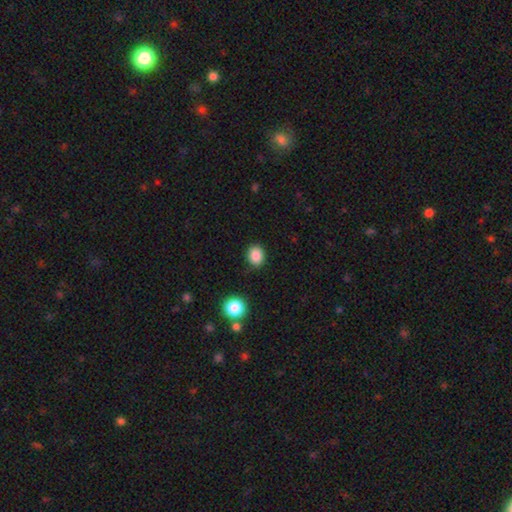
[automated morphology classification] The model was most divided on "how rounded": round: 58%, in between: 42%, cigar-shaped: 1%. More confident: smooth or featured — smooth (87%); merging — none (86%).